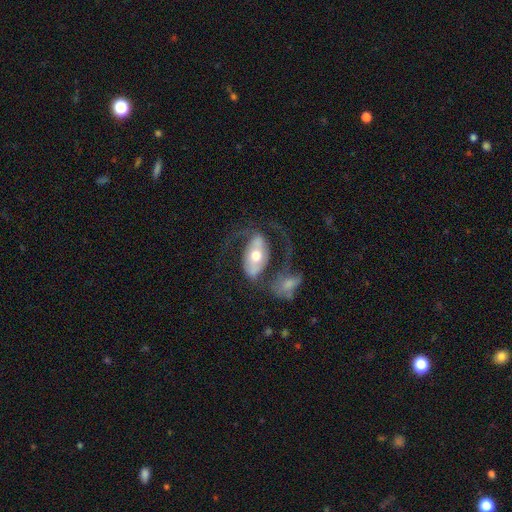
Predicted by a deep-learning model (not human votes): A featured or disk galaxy (75%) with a strong bar (37%), 2 (86%) loose (49%) spiral arms (78%) and a moderate central bulge (73%). Merging: none (43%).